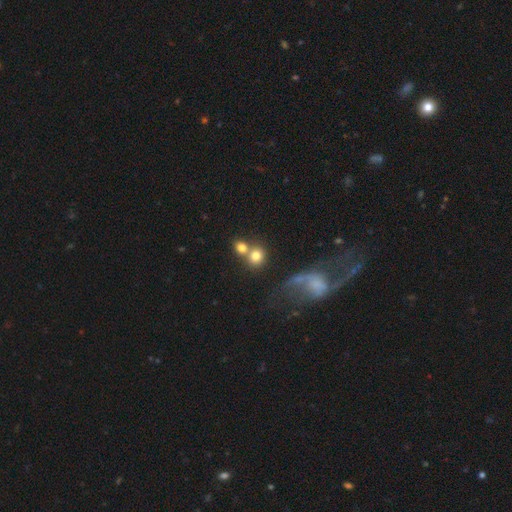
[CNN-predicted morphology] This appears to be a smooth galaxy with no disk features (75%) that is round (79%). Merging: merger (46%).